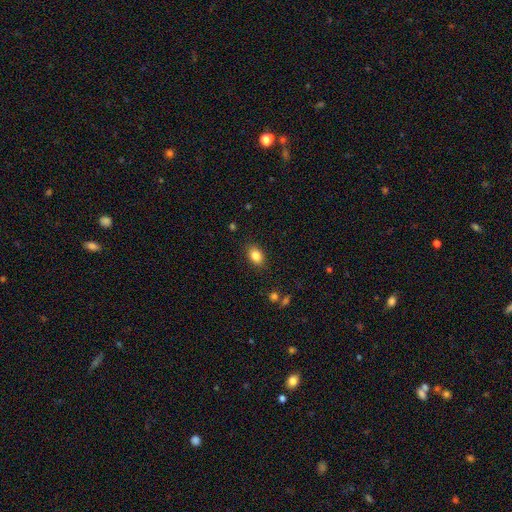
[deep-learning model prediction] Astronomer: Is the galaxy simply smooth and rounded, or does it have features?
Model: smooth — 84%.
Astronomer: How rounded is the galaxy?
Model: in between — 79%.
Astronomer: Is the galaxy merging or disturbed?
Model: none — 86%.